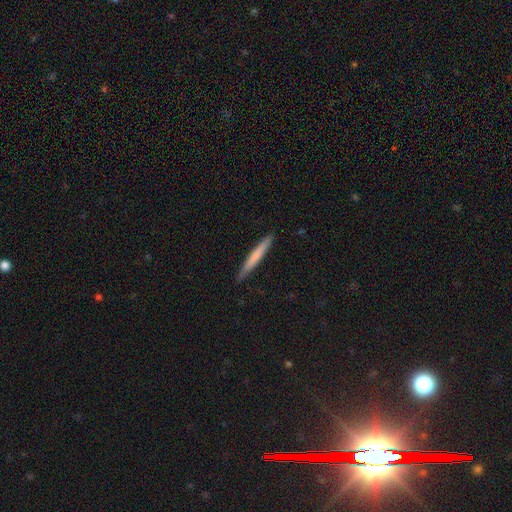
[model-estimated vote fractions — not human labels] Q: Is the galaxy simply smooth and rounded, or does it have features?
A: smooth — 65%.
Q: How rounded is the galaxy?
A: cigar-shaped — 97%.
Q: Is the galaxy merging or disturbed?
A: none — 89%.